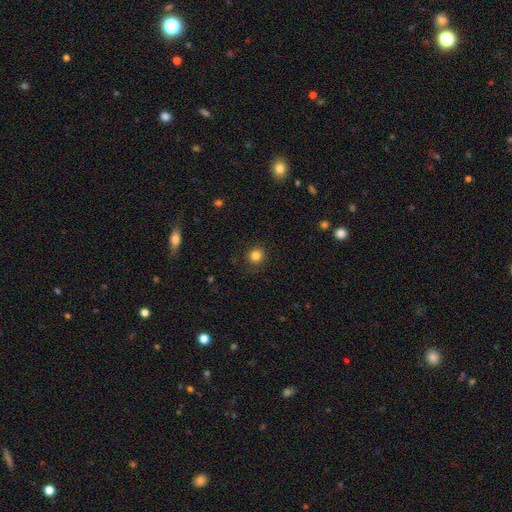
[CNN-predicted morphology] Smooth or featured: smooth — 83% (star or artifact — 12%)
How rounded: round — 89% (in between — 10%)
Merging: none — 86% (minor disturbance — 10%)